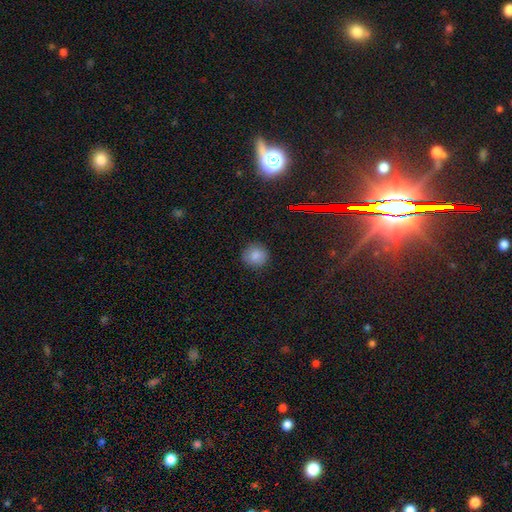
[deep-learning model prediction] Morphology: type=smooth (83%); roundness=round (92%); merging=none (88%).